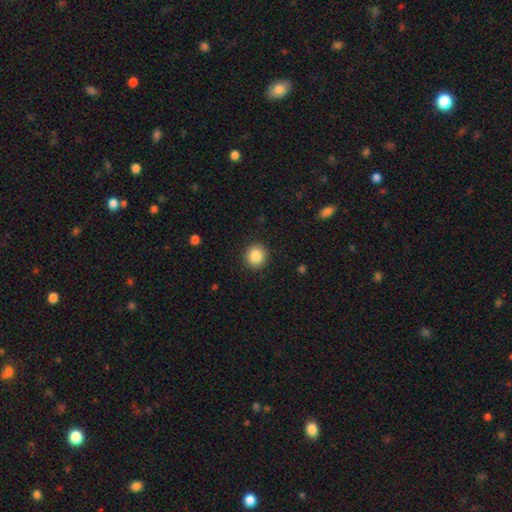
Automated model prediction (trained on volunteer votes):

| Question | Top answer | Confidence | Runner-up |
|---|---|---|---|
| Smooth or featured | smooth | 86% | star or artifact (9%) |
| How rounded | round | 85% | in between (14%) |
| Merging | none | 90% | minor disturbance (6%) |